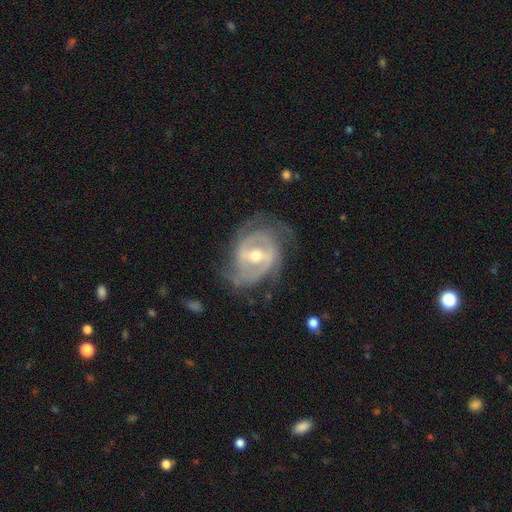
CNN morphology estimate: Smooth or featured? featured or disk (88%)
Edge-on disk? no (96%)
Bar? weak (44%)
Spiral arms? yes (90%)
Spiral winding? tight (49%)
Spiral arm count? 2 (49%)
Bulge size? moderate (71%)
Merging? none (65%)